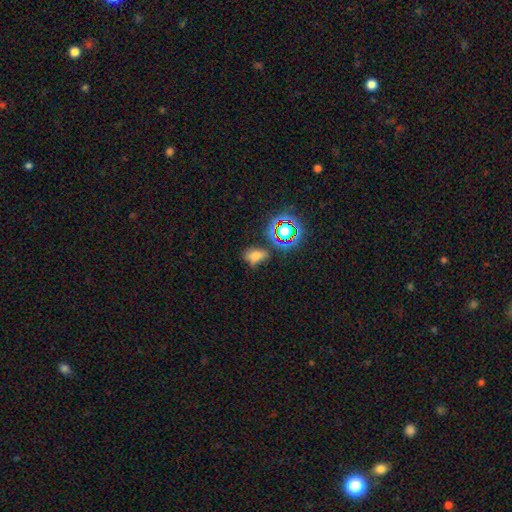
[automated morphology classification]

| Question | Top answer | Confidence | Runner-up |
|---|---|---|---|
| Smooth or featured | smooth | 59% | star or artifact (28%) |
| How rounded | in between | 80% | round (14%) |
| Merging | none | 60% | minor disturbance (24%) |